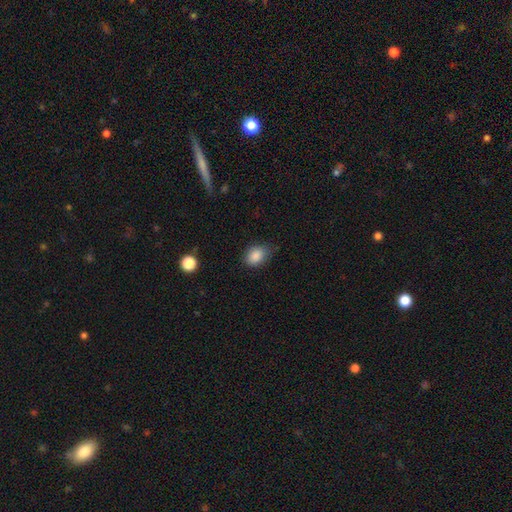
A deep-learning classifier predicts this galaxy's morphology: smooth 87%, star or artifact 8%, featured or disk 4%. Down the decision tree: how rounded — in between (73%); merging — none (67%).